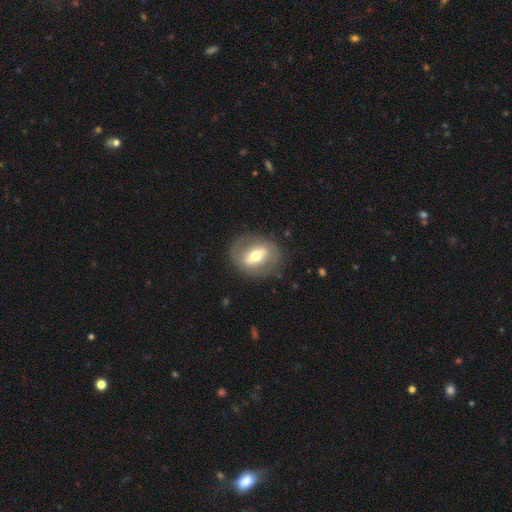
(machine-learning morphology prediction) A featured or disk galaxy (56%).

Vote fractions:
- Smooth or featured? featured or disk: 56% / smooth: 37% / star or artifact: 7%
- Edge-on disk? no: 87% / yes: 13%
- Merging? none: 80% / minor disturbance: 13% / major disturbance: 7% / merger: 1%